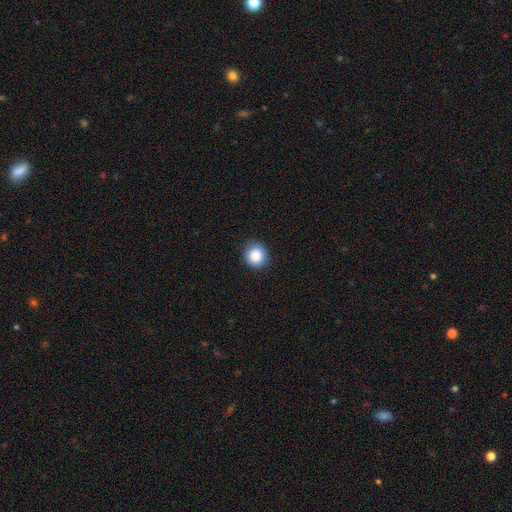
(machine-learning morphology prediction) smooth-or-featured: smooth: 87% | star or artifact: 9% | featured or disk: 4%
  how-rounded: round: 86% | in between: 13% | cigar-shaped: 1%
  merging: none: 86% | minor disturbance: 10% | major disturbance: 2% | merger: 1%